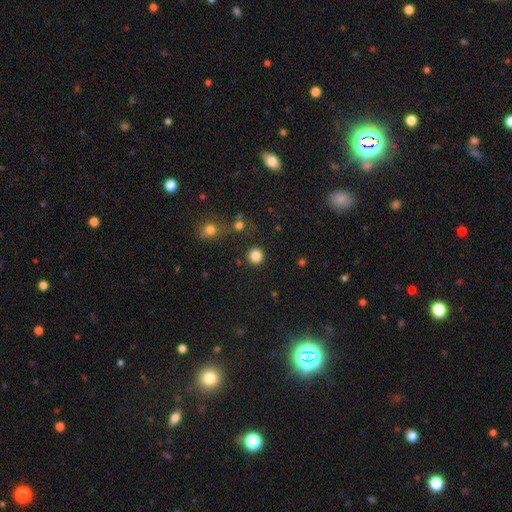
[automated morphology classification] A smooth galaxy with no disk features (84%) that is round (93%).

Vote fractions:
- Smooth or featured? smooth: 84% / star or artifact: 12% / featured or disk: 4%
- How rounded? round: 93% / in between: 7% / cigar-shaped: 1%
- Merging? none: 90% / minor disturbance: 6% / merger: 3% / major disturbance: 2%